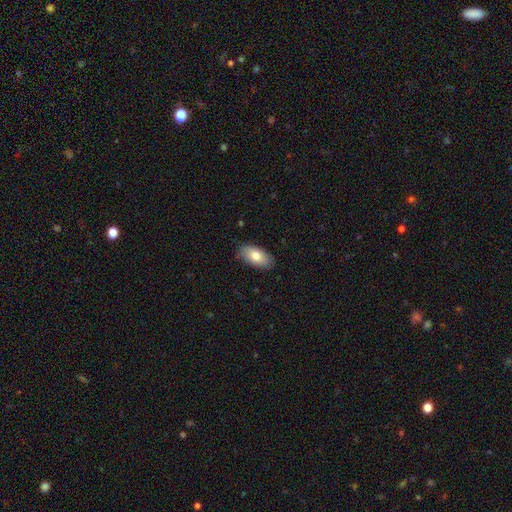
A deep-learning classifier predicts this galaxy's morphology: Smooth or featured?
  - smooth: 78% *
  - featured or disk: 16%
  - star or artifact: 6%
How rounded?
  - in between: 93% *
  - cigar-shaped: 4%
  - round: 3%
Merging?
  - none: 86% *
  - minor disturbance: 11%
  - major disturbance: 2%
  - merger: 1%